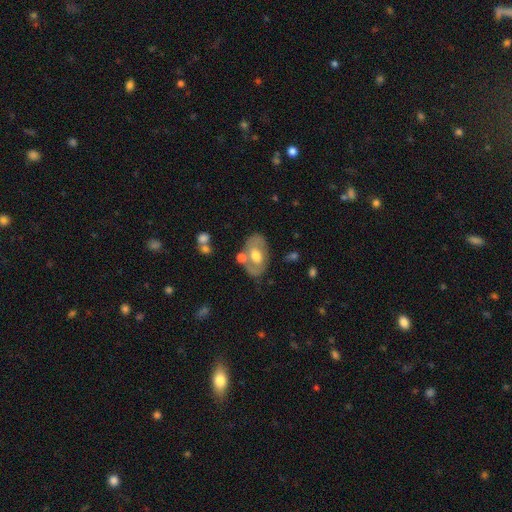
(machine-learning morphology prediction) type=featured or disk (50%); edge-on=no (91%); merging=none (63%).